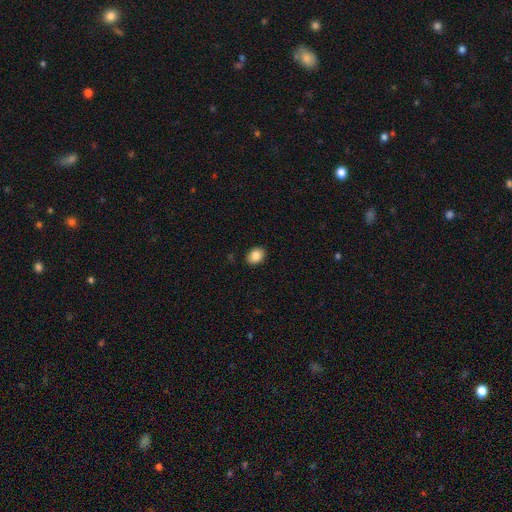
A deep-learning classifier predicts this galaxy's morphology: This appears to be a smooth galaxy with no disk features (86%) that is in between round and cigar-shaped (66%). Merging: none (89%).